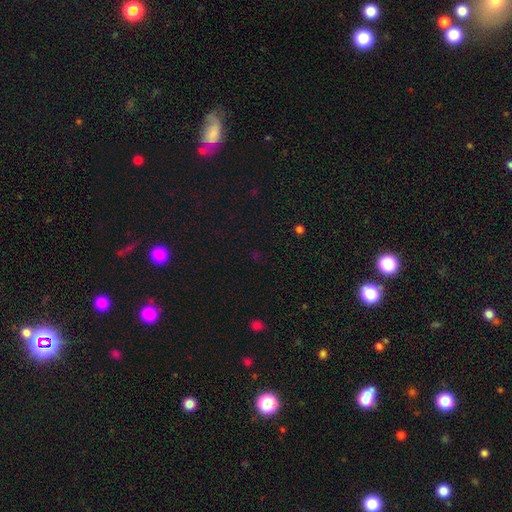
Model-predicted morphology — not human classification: smooth-or-featured: star or artifact: 61% | smooth: 32% | featured or disk: 7%